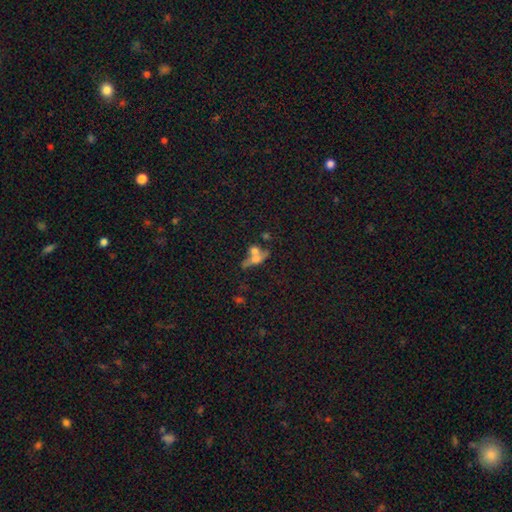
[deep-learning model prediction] Smooth or featured: smooth — 47% (featured or disk — 40%)
Merging: merger — 50% (none — 31%)